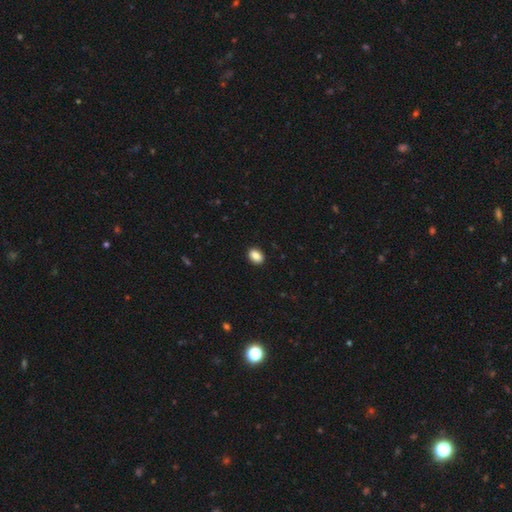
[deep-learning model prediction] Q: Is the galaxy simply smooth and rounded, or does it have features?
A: smooth — 88%.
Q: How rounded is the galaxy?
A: in between — 74%.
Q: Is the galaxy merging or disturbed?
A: none — 90%.